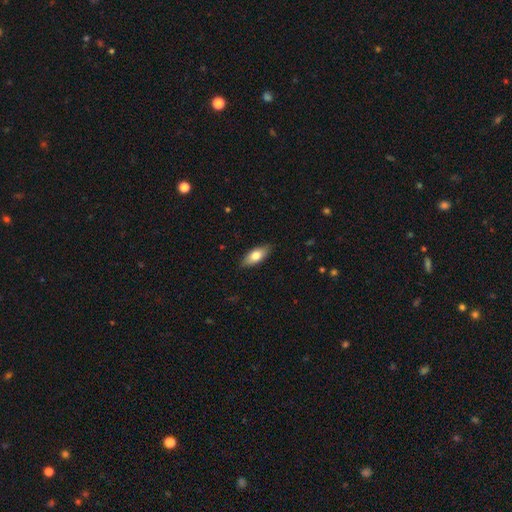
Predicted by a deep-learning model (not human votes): Smooth or featured?
  - smooth: 74% *
  - featured or disk: 20%
  - star or artifact: 6%
How rounded?
  - in between: 83% *
  - cigar-shaped: 14%
  - round: 3%
Merging?
  - none: 85% *
  - minor disturbance: 12%
  - major disturbance: 2%
  - merger: 1%